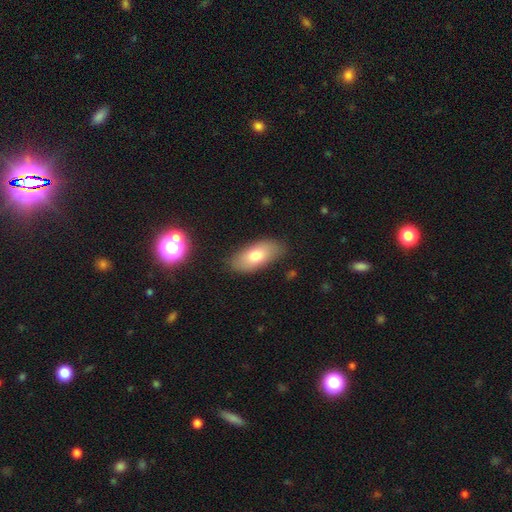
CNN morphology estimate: smooth-or-featured: smooth: 72% | featured or disk: 20% | star or artifact: 7%
  how-rounded: in between: 90% | cigar-shaped: 7% | round: 3%
  merging: none: 83% | minor disturbance: 12% | major disturbance: 3% | merger: 2%